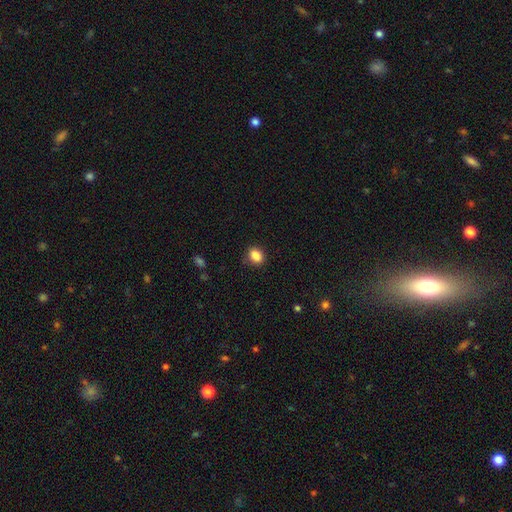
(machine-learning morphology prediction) This is clearly a smooth galaxy (87%). How rounded: possibly in between (58%). Merging: clearly none (83%).